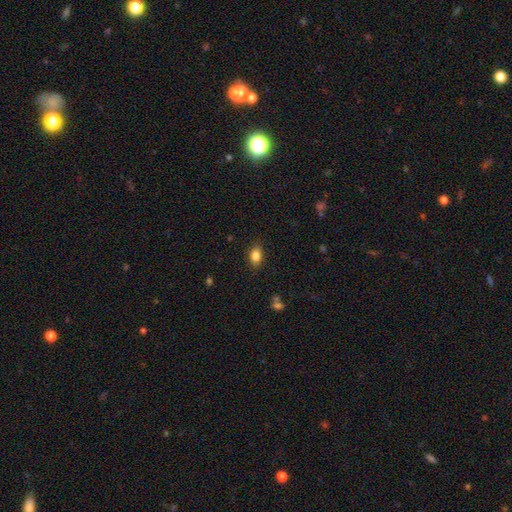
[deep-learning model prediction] smooth 85%, star or artifact 9%, featured or disk 6%. Down the decision tree: how rounded — in between (82%); merging — none (86%).